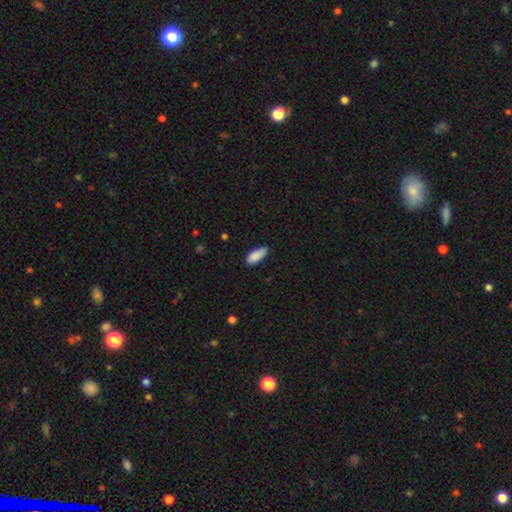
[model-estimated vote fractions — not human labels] Q: Smooth or featured?
A: smooth (88%); runner-up: star or artifact (6%)
Q: How rounded?
A: in between (83%); runner-up: cigar-shaped (16%)
Q: Merging?
A: none (74%); runner-up: minor disturbance (22%)